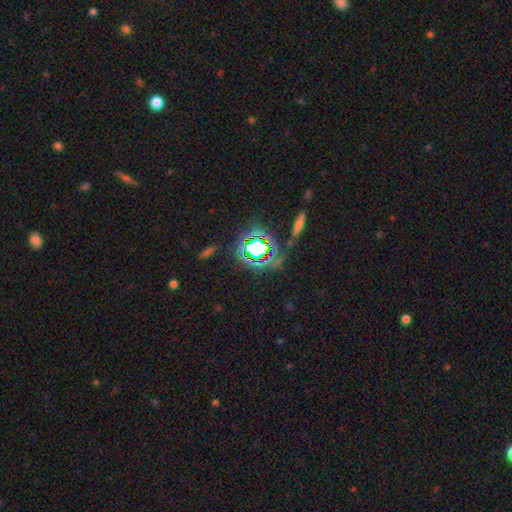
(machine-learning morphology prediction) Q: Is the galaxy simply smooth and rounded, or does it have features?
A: star or artifact — 70%.